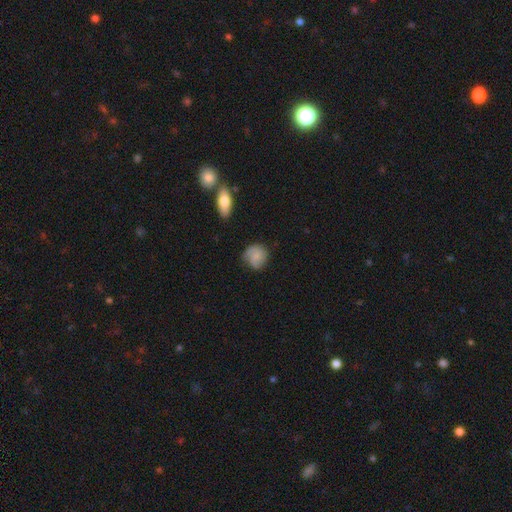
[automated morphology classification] This appears to be a smooth galaxy with no disk features (55%) that is round (75%). Merging: none (63%).